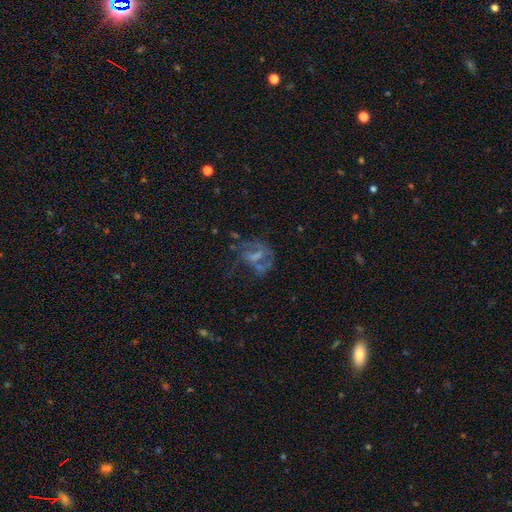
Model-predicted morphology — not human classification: Smooth or featured: featured or disk — 57% (smooth — 27%)
Edge-on disk: no — 97% (yes — 3%)
Bar: no — 53% (weak — 34%)
Spiral arms: no — 57% (yes — 43%)
Bulge size: none — 43% (moderate — 25%)
Merging: major disturbance — 41% (none — 31%)